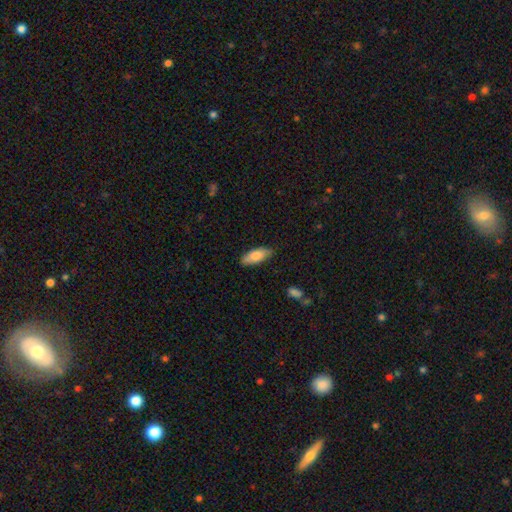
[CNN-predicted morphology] smooth_or_featured: smooth (p=0.78) [alt: featured or disk p=0.16]
how_rounded: in between (p=0.76) [alt: cigar-shaped p=0.22]
merging: none (p=0.84) [alt: minor disturbance p=0.13]